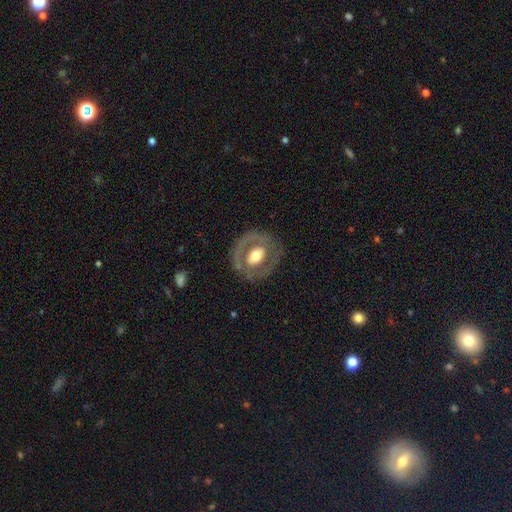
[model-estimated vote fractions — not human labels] featured or disk 59%, smooth 35%, star or artifact 6%. Down the decision tree: edge-on disk — no (94%); bar — no (61%); spiral arms — no (81%); bulge size — moderate (61%); merging — none (76%).